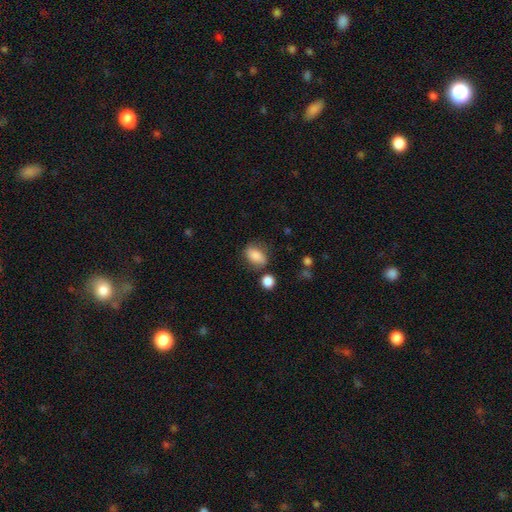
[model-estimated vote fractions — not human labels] smooth-or-featured: smooth: 82% | featured or disk: 9% | star or artifact: 8%
  how-rounded: in between: 83% | round: 14% | cigar-shaped: 2%
  merging: none: 66% | minor disturbance: 20% | merger: 7% | major disturbance: 6%